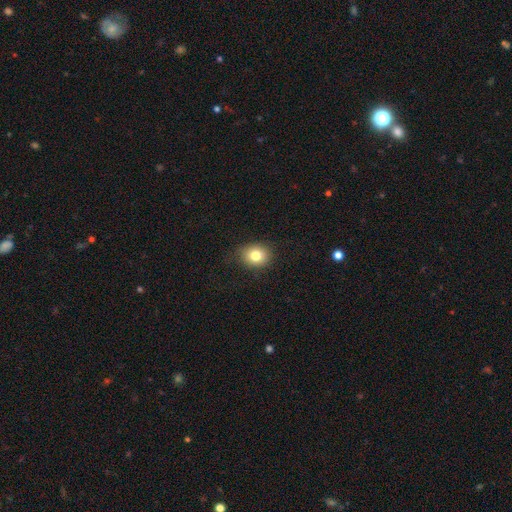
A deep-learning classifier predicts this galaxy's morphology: A smooth galaxy with no disk features (81%) that is round (61%).

Vote fractions:
- Smooth or featured? smooth: 81% / star or artifact: 11% / featured or disk: 9%
- How rounded? round: 61% / in between: 38% / cigar-shaped: 1%
- Merging? none: 82% / minor disturbance: 13% / major disturbance: 3% / merger: 1%